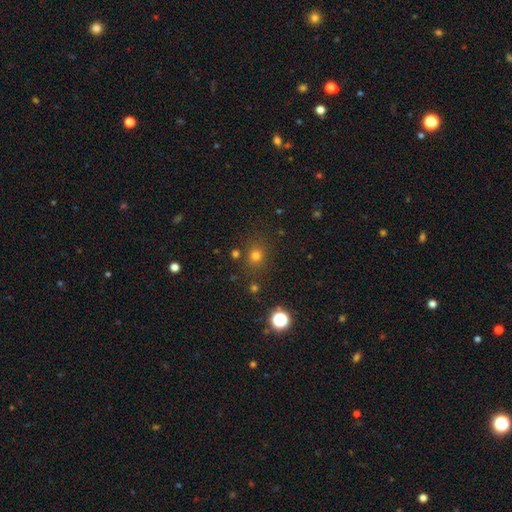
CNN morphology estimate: The model was most divided on "smooth or featured": smooth: 70%, star or artifact: 23%, featured or disk: 7%. More confident: how rounded — round (83%); merging — none (82%).